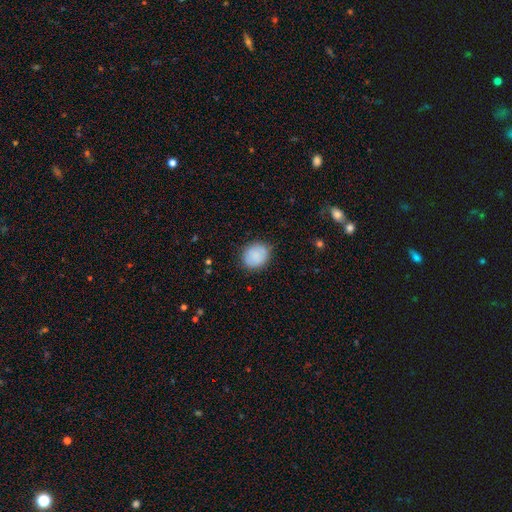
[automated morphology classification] A smooth galaxy with no disk features (87%) that is round (66%). Merging: none (81%).